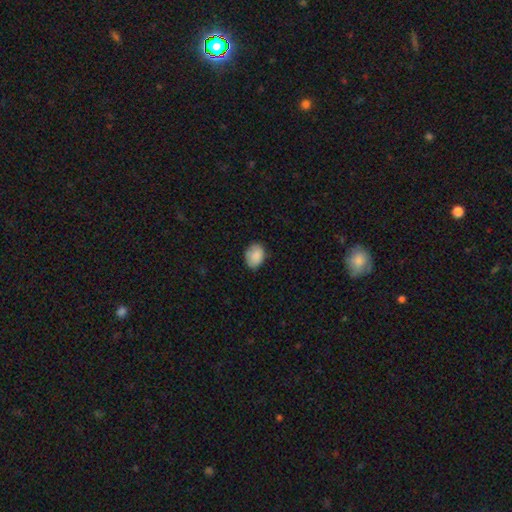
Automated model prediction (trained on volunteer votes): Smooth or featured? Predicted: smooth (p=0.85). How rounded? Predicted: in between (p=0.74). Merging? Predicted: none (p=0.71).